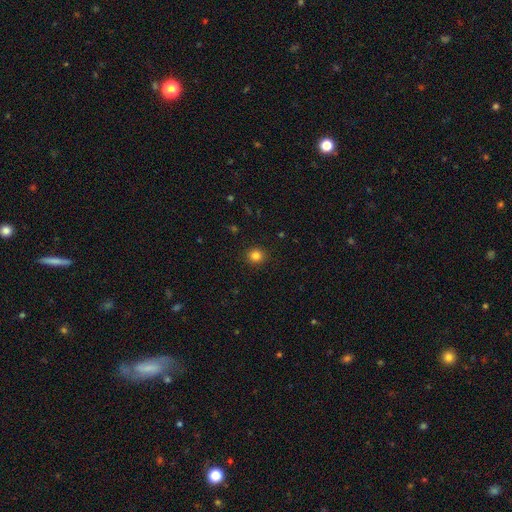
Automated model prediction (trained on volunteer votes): Q: Smooth or featured?
A: smooth (83%); runner-up: star or artifact (12%)
Q: How rounded?
A: round (90%); runner-up: in between (9%)
Q: Merging?
A: none (92%); runner-up: minor disturbance (5%)